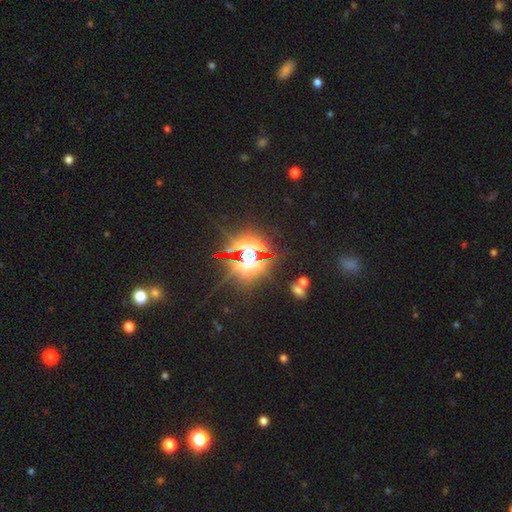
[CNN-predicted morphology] Smooth or featured: star or artifact — 75% (smooth — 14%)